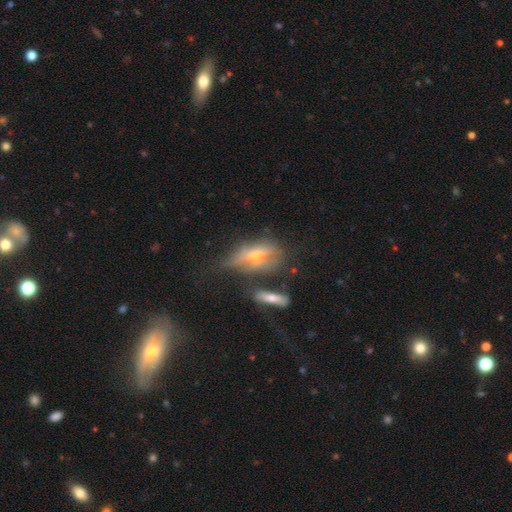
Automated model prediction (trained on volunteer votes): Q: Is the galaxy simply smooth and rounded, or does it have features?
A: featured or disk — 53%.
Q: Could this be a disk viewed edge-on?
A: yes — 59%.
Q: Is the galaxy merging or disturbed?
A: none — 38%.